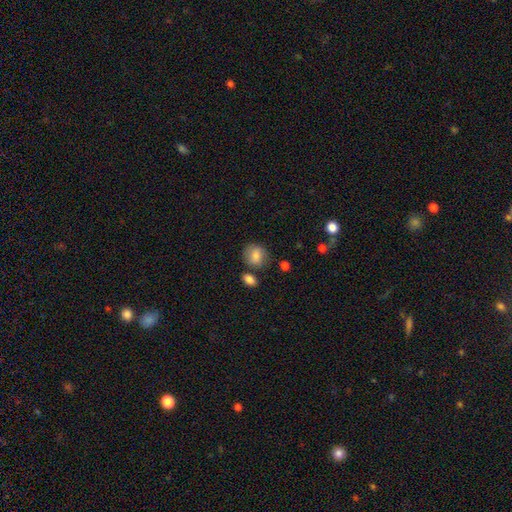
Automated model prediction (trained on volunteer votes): smooth-or-featured: smooth: 80% | featured or disk: 12% | star or artifact: 8%
  how-rounded: round: 73% | in between: 26% | cigar-shaped: 1%
  merging: none: 70% | minor disturbance: 16% | merger: 9% | major disturbance: 4%